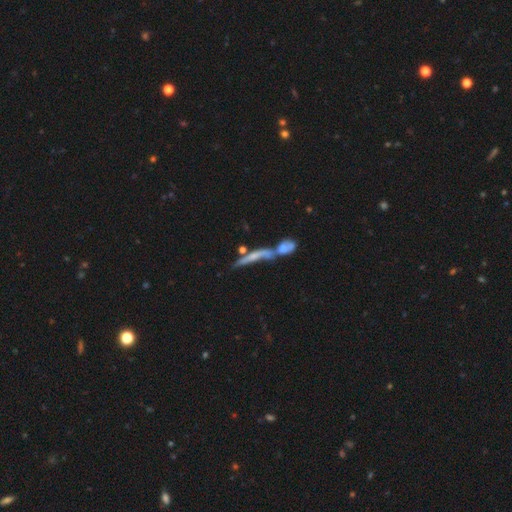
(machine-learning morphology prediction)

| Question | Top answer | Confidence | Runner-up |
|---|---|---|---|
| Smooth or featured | featured or disk | 53% | smooth (34%) |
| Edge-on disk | yes | 58% | no (42%) |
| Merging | merger | 57% | none (23%) |